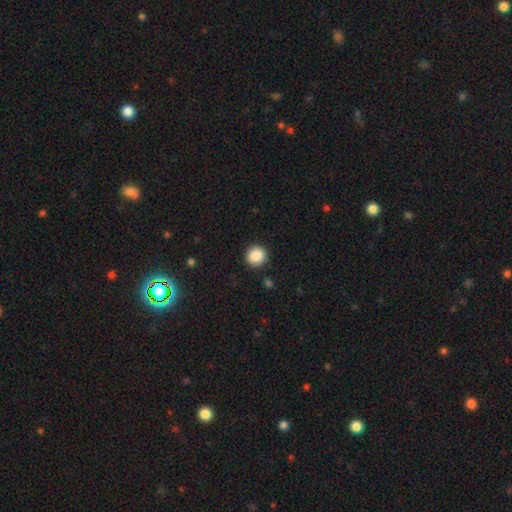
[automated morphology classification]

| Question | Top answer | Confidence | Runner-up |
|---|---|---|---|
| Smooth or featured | smooth | 89% | star or artifact (9%) |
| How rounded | round | 92% | in between (7%) |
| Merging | none | 91% | minor disturbance (5%) |